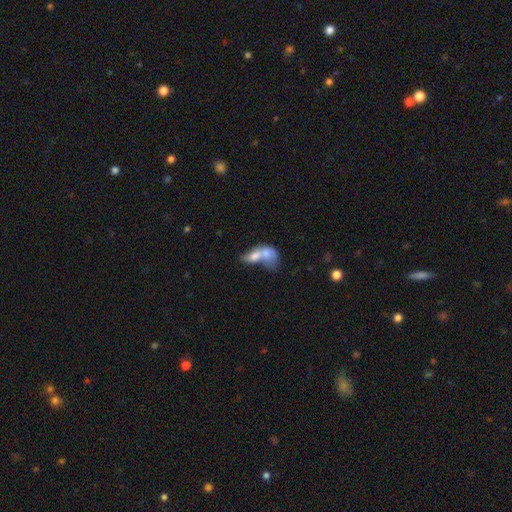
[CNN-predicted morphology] smooth 64%, featured or disk 28%, star or artifact 8%. Down the decision tree: how rounded — in between (77%); merging — merger (78%).